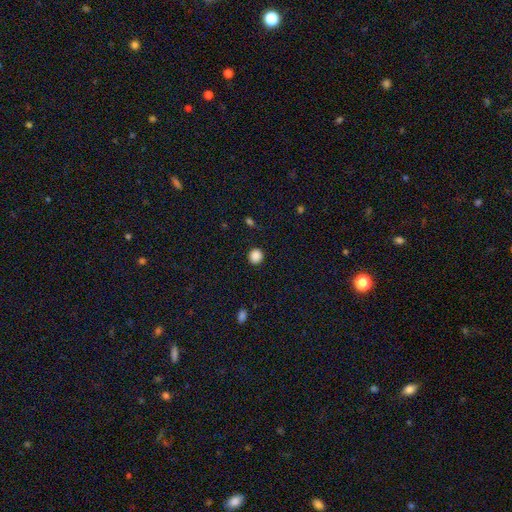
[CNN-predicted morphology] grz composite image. It shows a smooth galaxy with no disk features (88%) that is round (89%). Merging: none (90%).